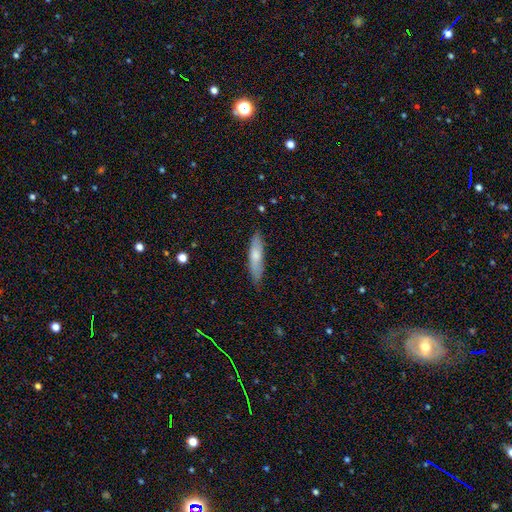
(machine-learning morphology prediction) Smooth or featured? smooth (67%)
How rounded? cigar-shaped (75%)
Merging? none (81%)